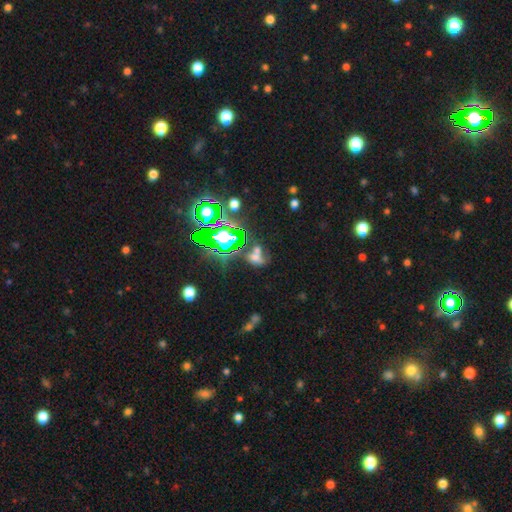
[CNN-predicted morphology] This is possibly a star or artifact rather than a galaxy (48%).